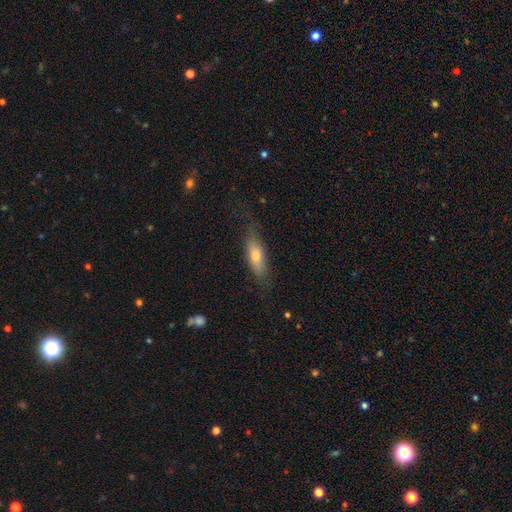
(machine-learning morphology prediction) type=smooth (66%); roundness=in between (54%); merging=none (73%).